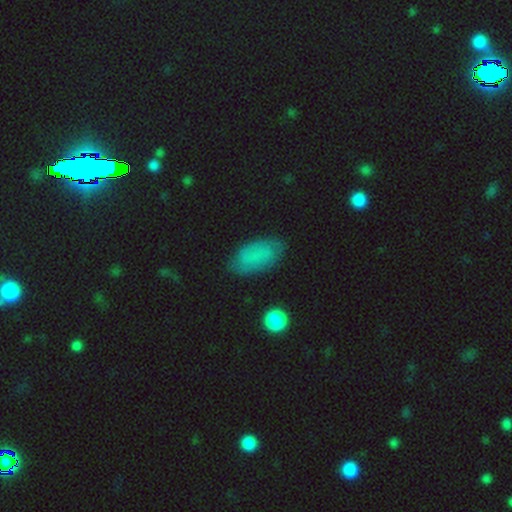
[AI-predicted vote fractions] smooth_or_featured: smooth (p=0.70) [alt: featured or disk p=0.21]
how_rounded: in between (p=0.93) [alt: cigar-shaped p=0.04]
merging: none (p=0.77) [alt: minor disturbance p=0.17]